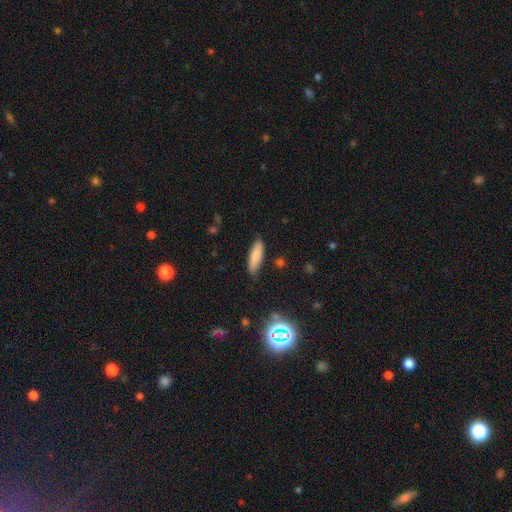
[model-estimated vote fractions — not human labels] smooth_or_featured: smooth (p=0.82) [alt: featured or disk p=0.10]
how_rounded: cigar-shaped (p=0.51) [alt: in between p=0.47]
merging: none (p=0.81) [alt: minor disturbance p=0.15]